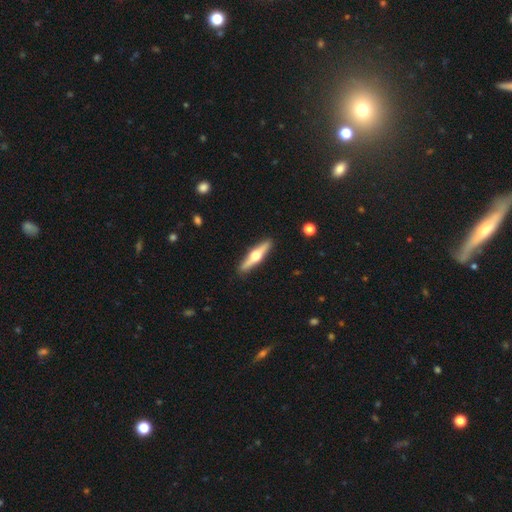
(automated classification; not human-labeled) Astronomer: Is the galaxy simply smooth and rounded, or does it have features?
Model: featured or disk — 66%.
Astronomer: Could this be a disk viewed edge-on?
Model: yes — 96%.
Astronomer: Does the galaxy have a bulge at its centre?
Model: rounded — 95%.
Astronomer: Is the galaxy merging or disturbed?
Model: none — 90%.